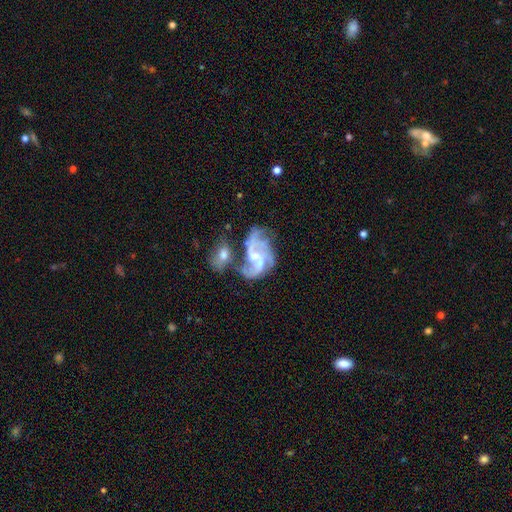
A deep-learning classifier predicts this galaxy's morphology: Smooth or featured?
  - featured or disk: 82% *
  - smooth: 11%
  - star or artifact: 7%
Edge-on disk?
  - no: 98% *
  - yes: 2%
Bar?
  - no: 55% *
  - weak: 37%
  - strong: 8%
Spiral arms?
  - yes: 88% *
  - no: 12%
Spiral winding?
  - medium: 45% *
  - loose: 36%
  - tight: 19%
Spiral arm count?
  - 2: 35% *
  - 3: 27%
  - can't tell: 21%
  - 4: 7%
  - 1: 6%
  - more than 4: 5%
Bulge size?
  - small: 48% *
  - moderate: 33%
  - none: 15%
  - large: 3%
  - dominant: 1%
Merging?
  - merger: 40% *
  - major disturbance: 23%
  - none: 23%
  - minor disturbance: 14%